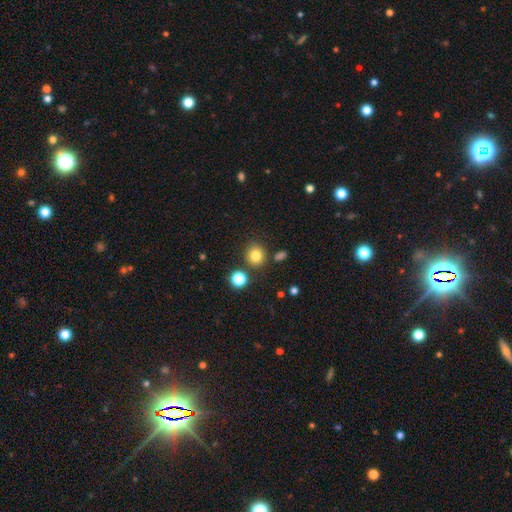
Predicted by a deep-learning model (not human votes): Morphology: type=smooth (80%); roundness=round (85%); merging=none (81%).